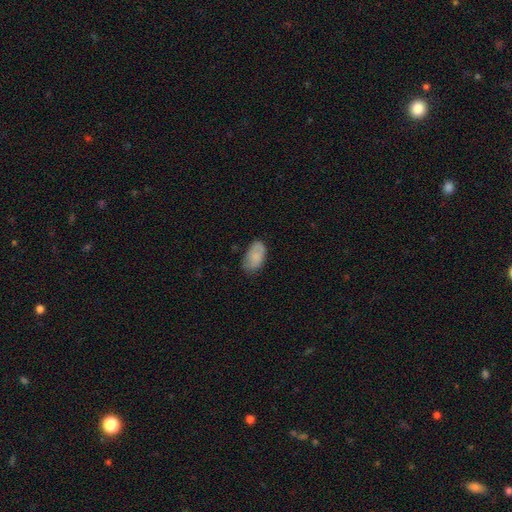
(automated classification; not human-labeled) smooth 80%, featured or disk 13%, star or artifact 7%. Down the decision tree: how rounded — in between (94%); merging — none (66%).